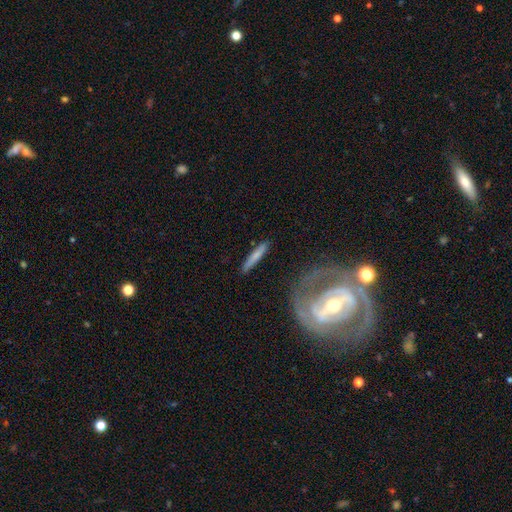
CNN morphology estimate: A smooth galaxy with no disk features (65%) that is cigar-shaped (90%). Merging: none (84%).